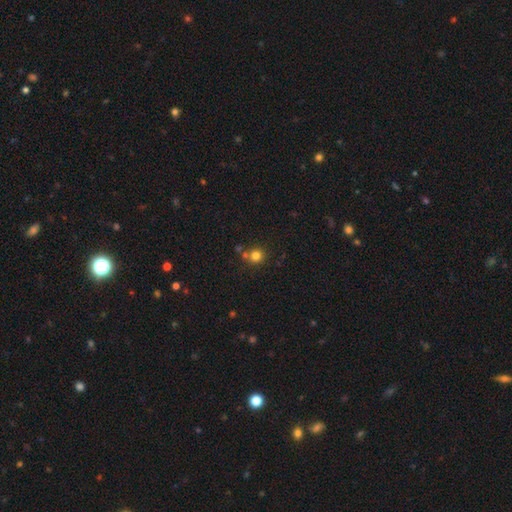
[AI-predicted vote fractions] Smooth or featured? smooth (80%)
How rounded? round (89%)
Merging? none (72%)